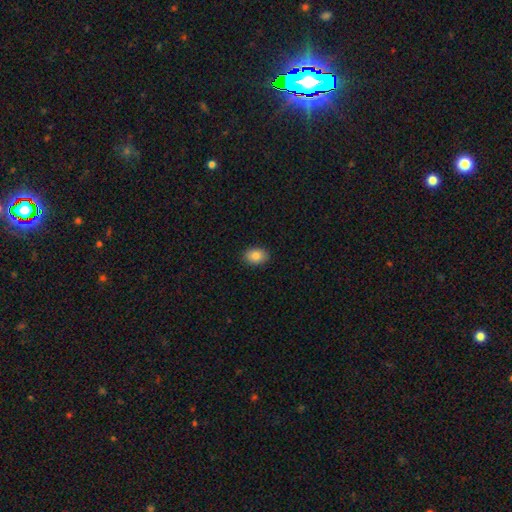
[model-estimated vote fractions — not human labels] Q: Smooth or featured?
A: smooth (86%); runner-up: star or artifact (8%)
Q: How rounded?
A: in between (80%); runner-up: round (19%)
Q: Merging?
A: none (89%); runner-up: minor disturbance (8%)